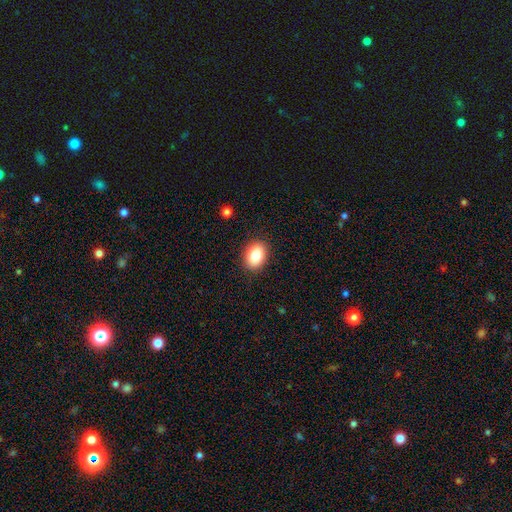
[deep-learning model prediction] Smooth or featured: smooth — 83% (star or artifact — 8%)
How rounded: in between — 76% (round — 23%)
Merging: none — 89% (minor disturbance — 8%)